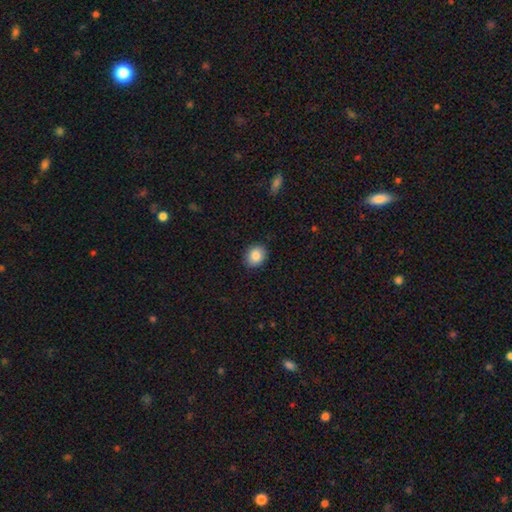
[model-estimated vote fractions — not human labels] This appears to be a smooth galaxy with no disk features (86%) that is round (59%). Merging: none (89%).